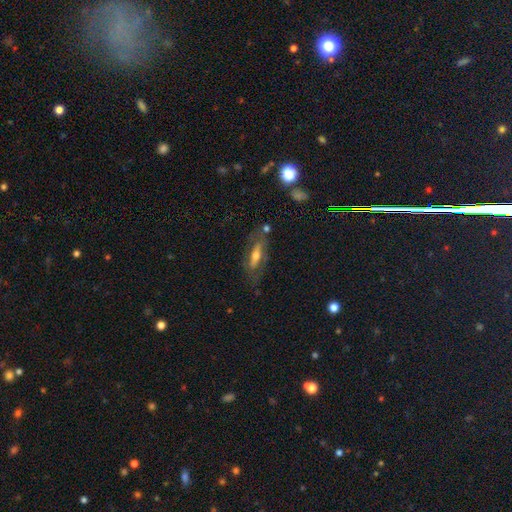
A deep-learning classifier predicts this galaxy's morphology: This appears to be a featured or disk galaxy (52%). Merging: none (64%).